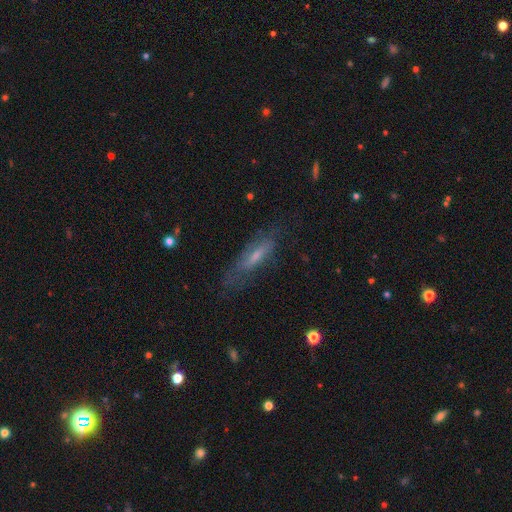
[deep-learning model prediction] featured or disk 51%, smooth 38%, star or artifact 11%. Down the decision tree: edge-on disk — no (52%); merging — none (69%).